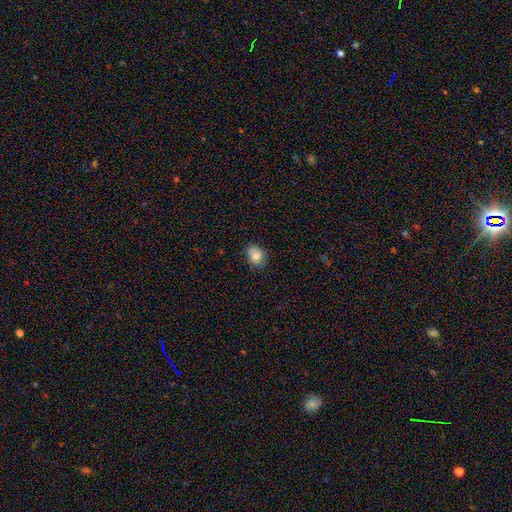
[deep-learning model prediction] smooth_or_featured: smooth (p=0.81) [alt: star or artifact p=0.10]
how_rounded: in between (p=0.52) [alt: round p=0.47]
merging: none (p=0.72) [alt: minor disturbance p=0.22]